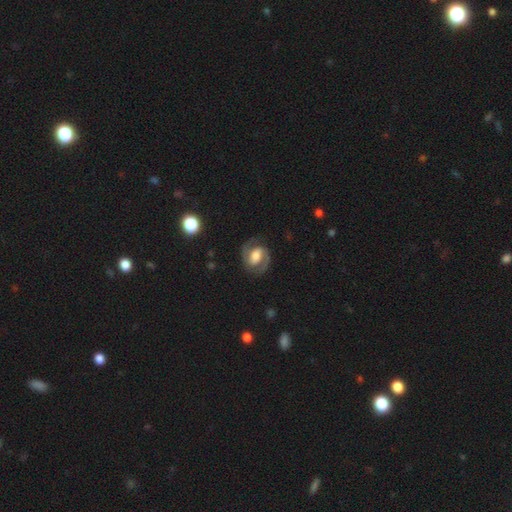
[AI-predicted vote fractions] Smooth or featured: featured or disk — 85% (smooth — 10%)
Edge-on disk: no — 98% (yes — 2%)
Bar: weak — 45% (no — 30%)
Spiral arms: yes — 96% (no — 4%)
Spiral winding: medium — 53% (tight — 35%)
Spiral arm count: 2 — 93% (can't tell — 3%)
Bulge size: moderate — 50% (large — 28%)
Merging: none — 81% (minor disturbance — 12%)